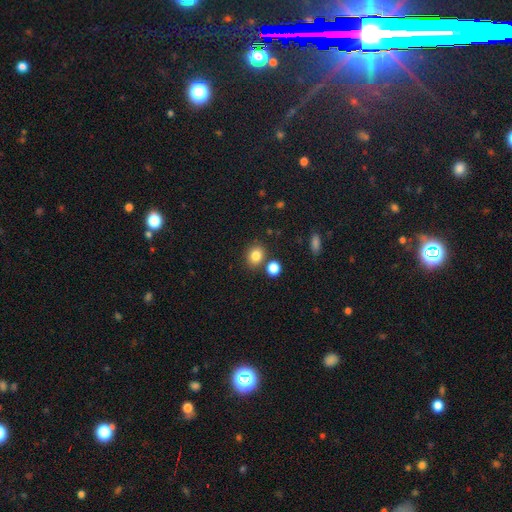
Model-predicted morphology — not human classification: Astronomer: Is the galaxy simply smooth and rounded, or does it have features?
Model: smooth — 83%.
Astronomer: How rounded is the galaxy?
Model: round — 64%.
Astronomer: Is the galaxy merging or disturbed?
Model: none — 75%.